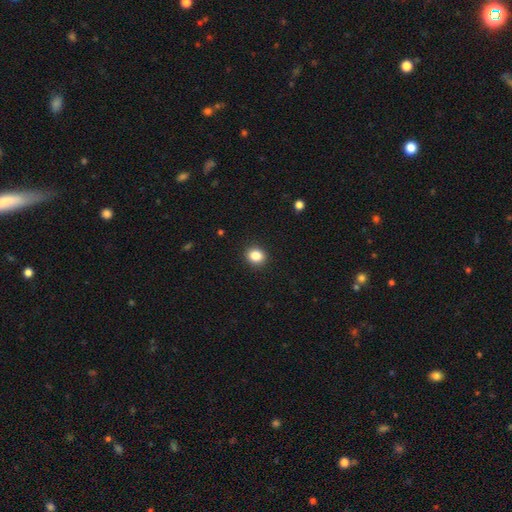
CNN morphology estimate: Smooth or featured?
  - smooth: 86% *
  - star or artifact: 10%
  - featured or disk: 4%
How rounded?
  - round: 68% *
  - in between: 32%
  - cigar-shaped: 1%
Merging?
  - none: 91% *
  - minor disturbance: 6%
  - major disturbance: 2%
  - merger: 1%